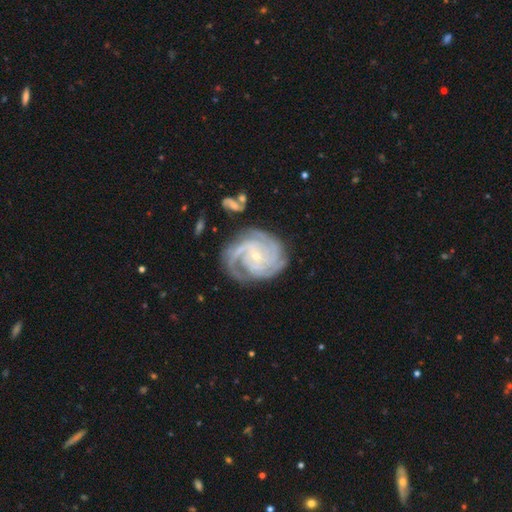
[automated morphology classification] smooth_or_featured: featured or disk (p=0.90) [alt: star or artifact p=0.05]
disk_edge_on: no (p=0.98) [alt: yes p=0.02]
bar: no (p=0.60) [alt: weak p=0.30]
has_spiral_arms: yes (p=0.98) [alt: no p=0.02]
spiral_winding: tight (p=0.68) [alt: medium p=0.28]
spiral_arm_count: 3 (p=0.30) [alt: 4 p=0.28]
bulge_size: small (p=0.84) [alt: moderate p=0.12]
merging: none (p=0.69) [alt: minor disturbance p=0.19]